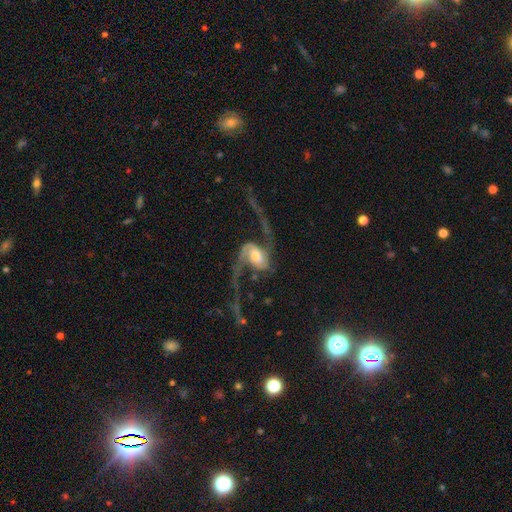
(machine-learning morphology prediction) type=featured or disk (88%); edge-on=no (97%); bar=no (42%); spiral arms=yes (95%); winding=loose (81%); arm count=2 (89%); bulge=moderate (49%); merging=major disturbance (43%).